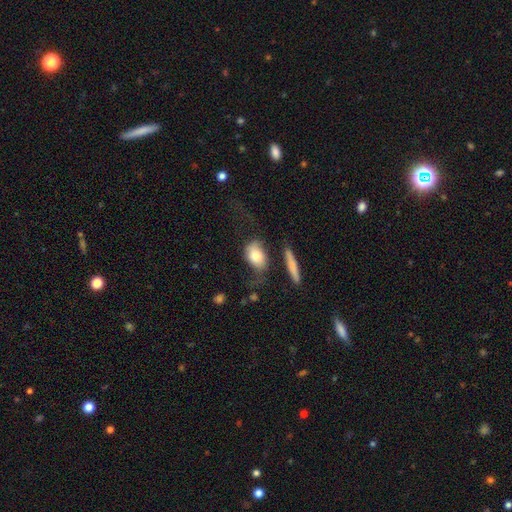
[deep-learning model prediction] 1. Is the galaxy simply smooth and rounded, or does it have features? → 74% smooth, 20% featured or disk, 7% star or artifact.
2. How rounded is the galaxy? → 80% in between, 16% round, 3% cigar-shaped.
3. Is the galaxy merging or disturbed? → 41% none, 26% major disturbance, 25% minor disturbance, 8% merger.